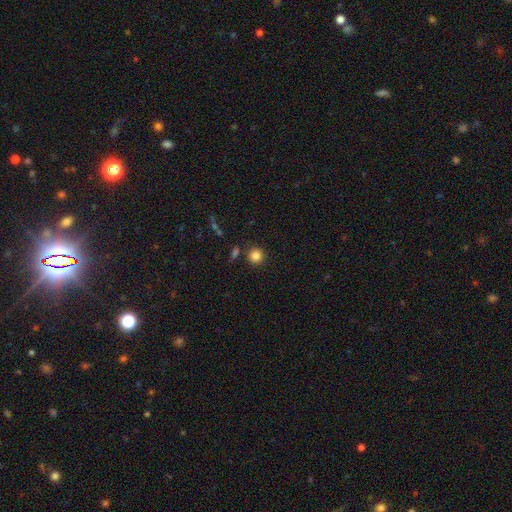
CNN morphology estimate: Q: Smooth or featured?
A: smooth (84%); runner-up: star or artifact (11%)
Q: How rounded?
A: round (94%); runner-up: in between (5%)
Q: Merging?
A: none (86%); runner-up: minor disturbance (7%)